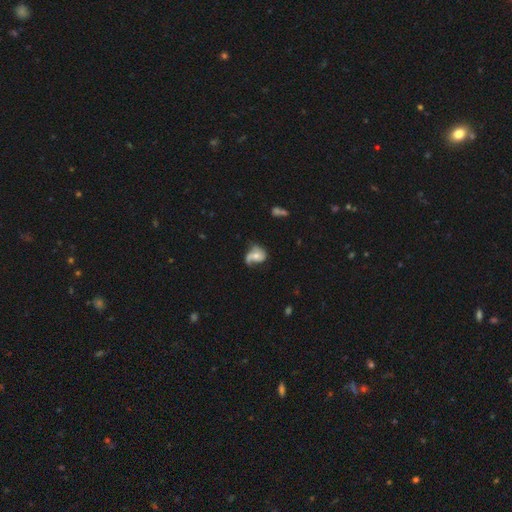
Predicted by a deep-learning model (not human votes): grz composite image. It shows a featured or disk galaxy (58%) with no bar (72%), spiral arms (80%) and a moderate central bulge (55%). Merging: none (38%).